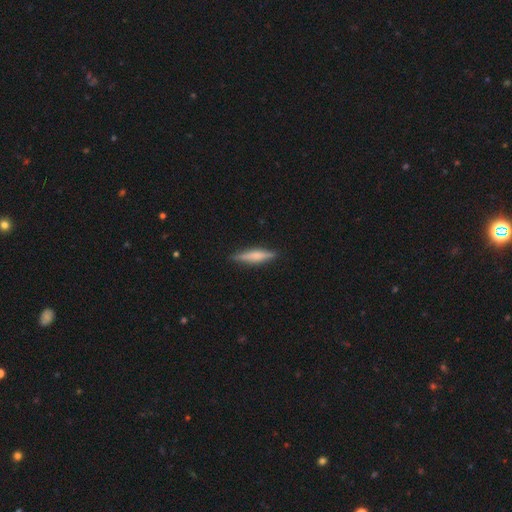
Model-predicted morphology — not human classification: smooth_or_featured: smooth (p=0.52) [alt: featured or disk p=0.42]
how_rounded: cigar-shaped (p=0.84) [alt: in between p=0.14]
merging: none (p=0.88) [alt: minor disturbance p=0.09]